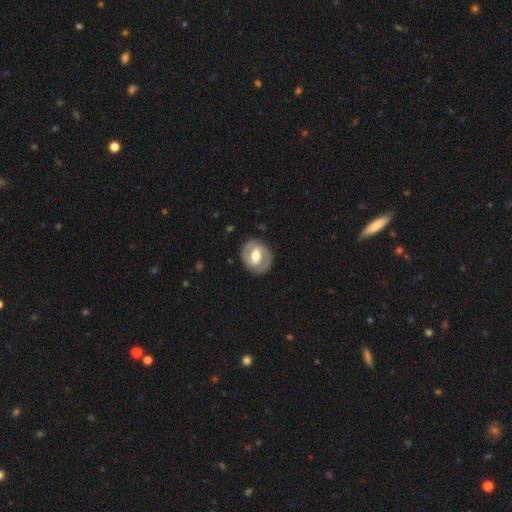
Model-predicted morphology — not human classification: A featured or disk galaxy (75%) with a weak bar (41%), 2 (87%) tight (50%) spiral arms (78%) and a moderate central bulge (62%). Merging: none (84%).